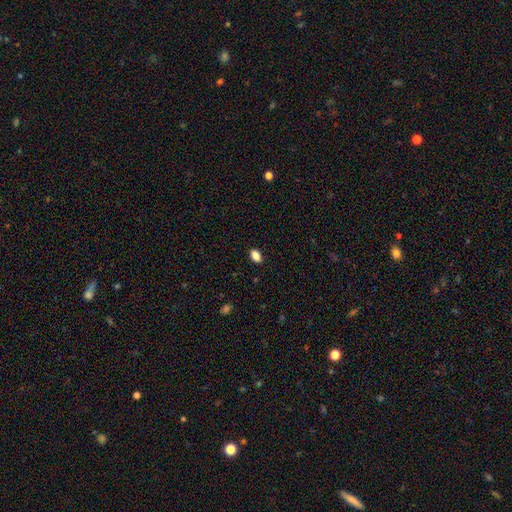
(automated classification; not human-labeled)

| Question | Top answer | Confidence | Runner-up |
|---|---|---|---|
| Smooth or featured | smooth | 86% | star or artifact (10%) |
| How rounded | in between | 88% | round (8%) |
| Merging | none | 89% | minor disturbance (8%) |